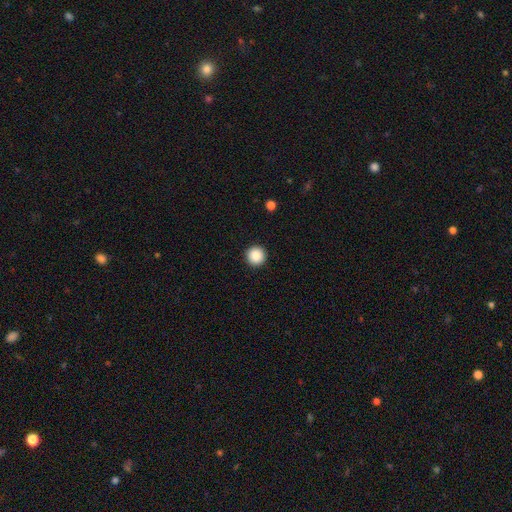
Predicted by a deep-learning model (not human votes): smooth-or-featured: smooth: 88% | star or artifact: 9% | featured or disk: 3%
  how-rounded: round: 96% | in between: 3% | cigar-shaped: 1%
  merging: none: 93% | minor disturbance: 4% | major disturbance: 2% | merger: 1%